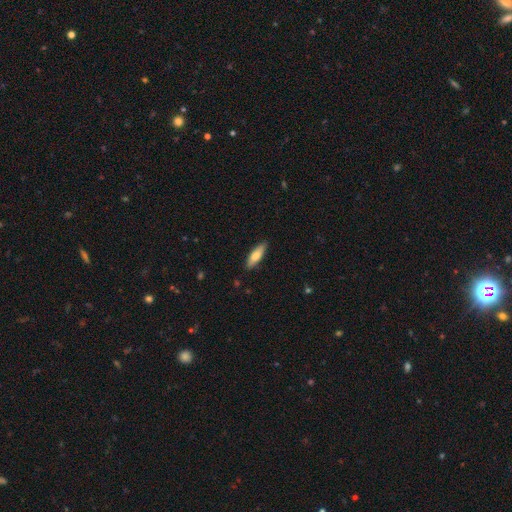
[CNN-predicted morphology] smooth-or-featured: smooth: 77% | featured or disk: 18% | star or artifact: 6%
  how-rounded: in between: 49% (tied) | cigar-shaped: 49% (tied) | round: 2%
  merging: none: 87% | minor disturbance: 10% | major disturbance: 2% | merger: 1%